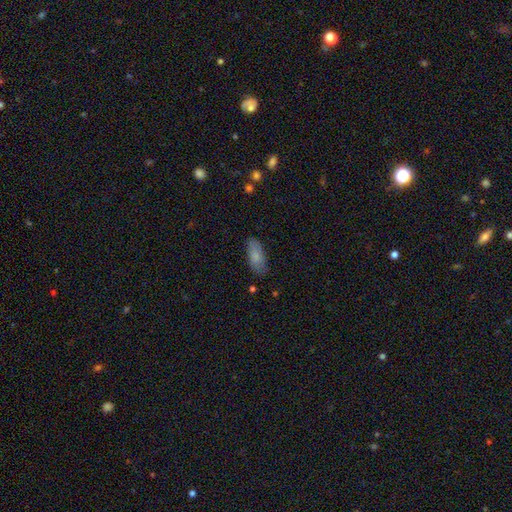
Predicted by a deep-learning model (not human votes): Morphology: type=smooth (82%); roundness=in between (82%); merging=none (76%).